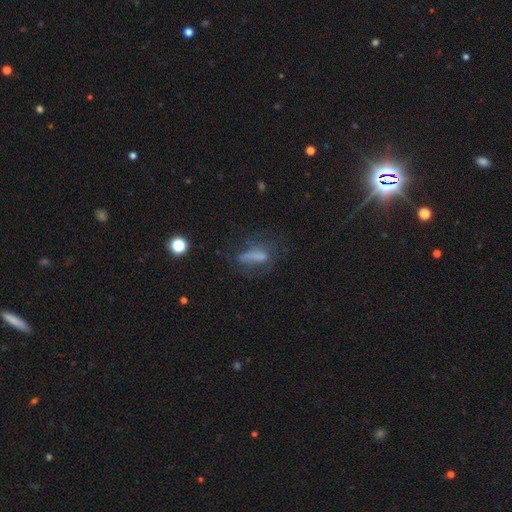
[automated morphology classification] Smooth or featured?
  - smooth: 53% *
  - featured or disk: 29%
  - star or artifact: 18%
How rounded?
  - in between: 58% *
  - cigar-shaped: 32%
  - round: 10%
Merging?
  - none: 41% *
  - major disturbance: 32%
  - minor disturbance: 22%
  - merger: 5%